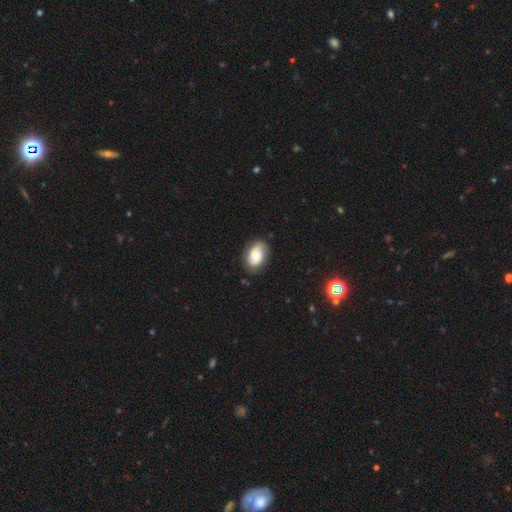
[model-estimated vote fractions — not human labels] The model was most divided on "smooth or featured": smooth: 63%, featured or disk: 29%, star or artifact: 8%. More confident: how rounded — in between (85%); merging — none (79%).